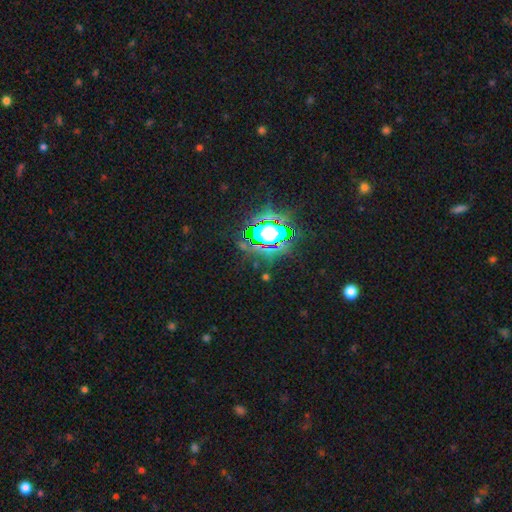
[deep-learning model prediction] smooth-or-featured: star or artifact: 84% | smooth: 9% | featured or disk: 6%